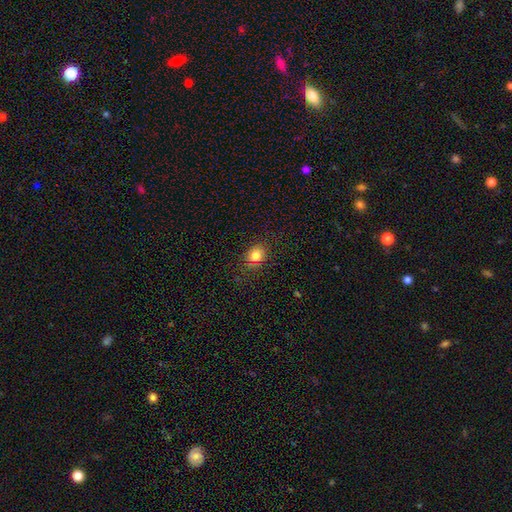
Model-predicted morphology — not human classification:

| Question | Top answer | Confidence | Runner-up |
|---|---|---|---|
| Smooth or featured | smooth | 80% | star or artifact (13%) |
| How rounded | round | 64% | in between (35%) |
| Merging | none | 83% | minor disturbance (12%) |